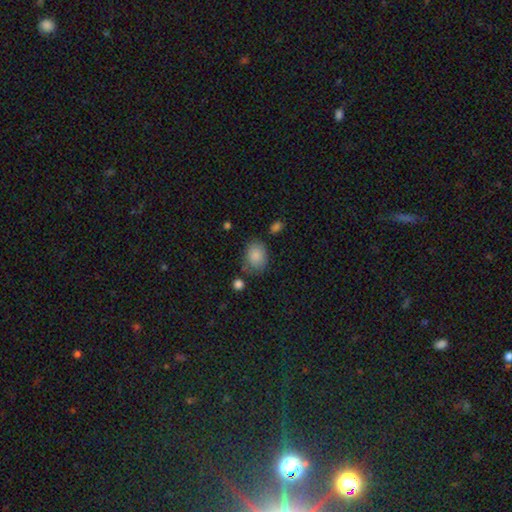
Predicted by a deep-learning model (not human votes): This appears to be a smooth galaxy with no disk features (86%) that is in between round and cigar-shaped (58%). Merging: none (69%).